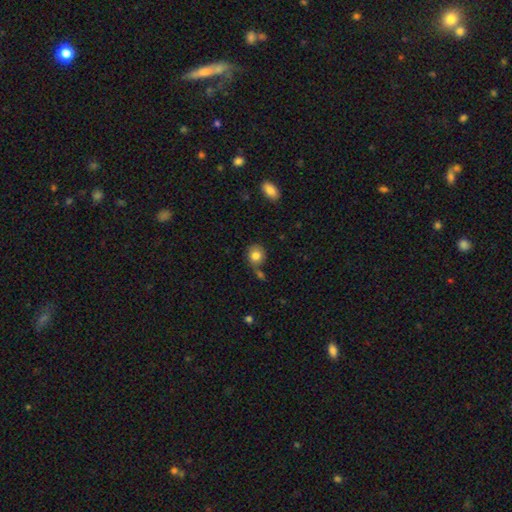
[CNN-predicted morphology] smooth-or-featured: smooth: 83% | star or artifact: 9% | featured or disk: 8%
  how-rounded: round: 74% | in between: 25% | cigar-shaped: 1%
  merging: none: 69% | minor disturbance: 15% | merger: 13% | major disturbance: 4%